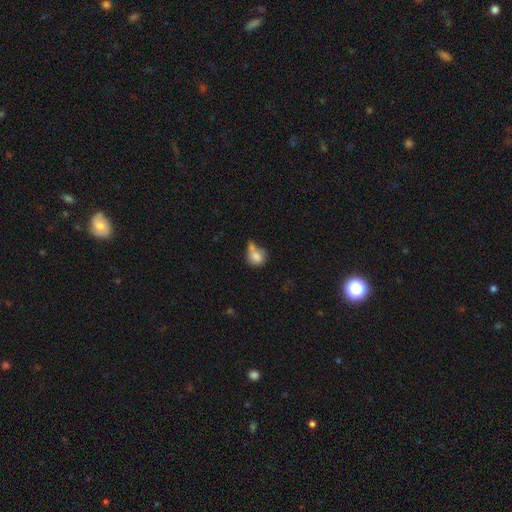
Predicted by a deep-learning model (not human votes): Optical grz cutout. It shows a smooth galaxy with no disk features (78%) that is round (63%). Merging: merger (36%).